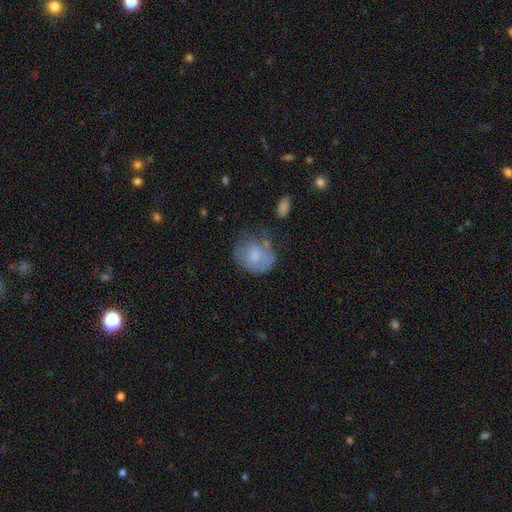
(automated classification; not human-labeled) smooth-or-featured: smooth: 58% | featured or disk: 34% | star or artifact: 8%
  how-rounded: round: 67% | in between: 32% | cigar-shaped: 1%
  merging: none: 39% | minor disturbance: 30% | major disturbance: 26% | merger: 5%